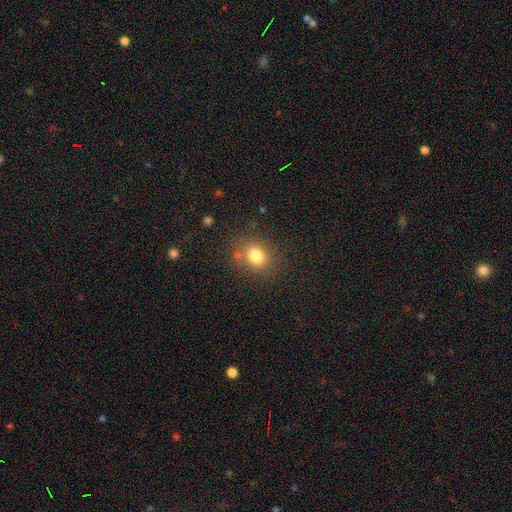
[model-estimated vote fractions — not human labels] Morphology: type=smooth (79%); roundness=round (69%); merging=none (78%).